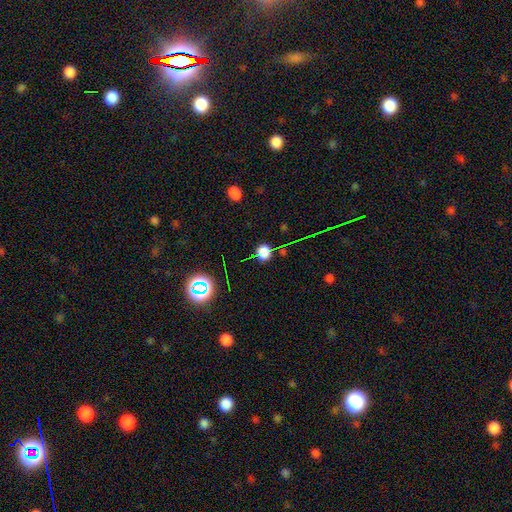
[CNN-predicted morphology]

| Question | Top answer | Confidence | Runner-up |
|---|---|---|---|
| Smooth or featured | star or artifact | 75% | smooth (16%) |